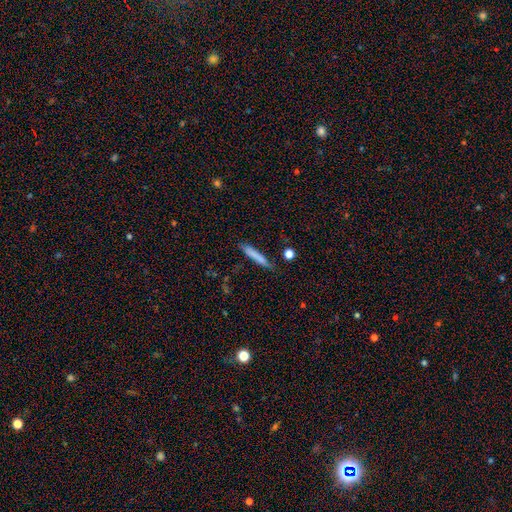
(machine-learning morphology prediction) Smooth or featured: smooth — 76% (featured or disk — 17%)
How rounded: cigar-shaped — 92% (in between — 7%)
Merging: none — 75% (minor disturbance — 18%)